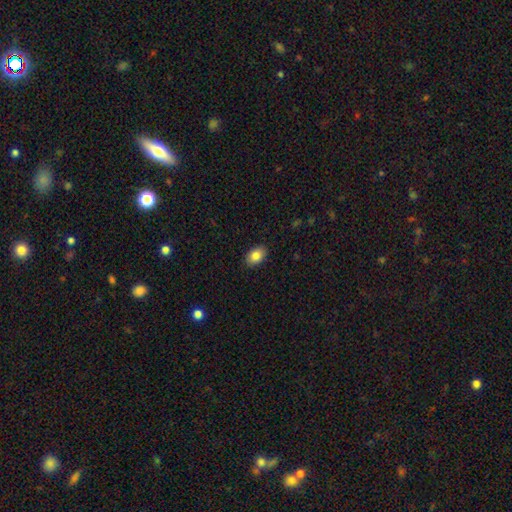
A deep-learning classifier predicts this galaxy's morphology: Smooth or featured? smooth (85%)
How rounded? in between (88%)
Merging? none (89%)